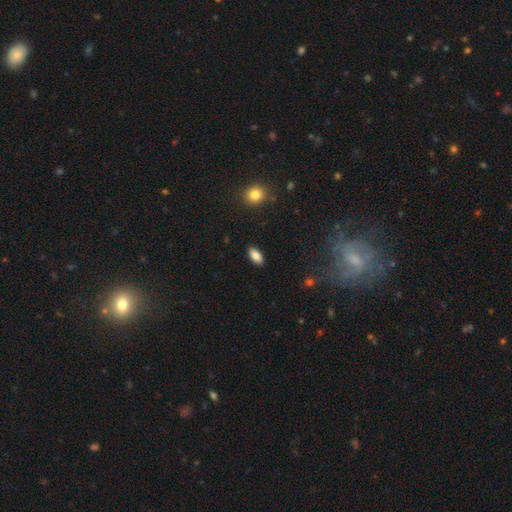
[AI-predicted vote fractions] This is clearly a smooth galaxy (84%). How rounded: clearly in between (91%). Merging: clearly none (89%).